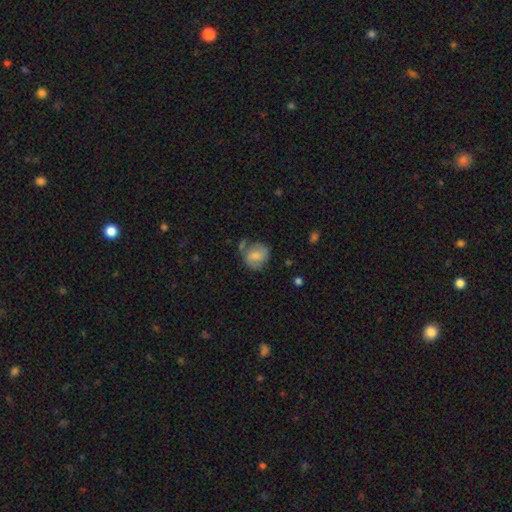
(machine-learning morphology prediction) This is likely a smooth galaxy (64%). How rounded: likely round (74%). Merging: possibly none (56%).